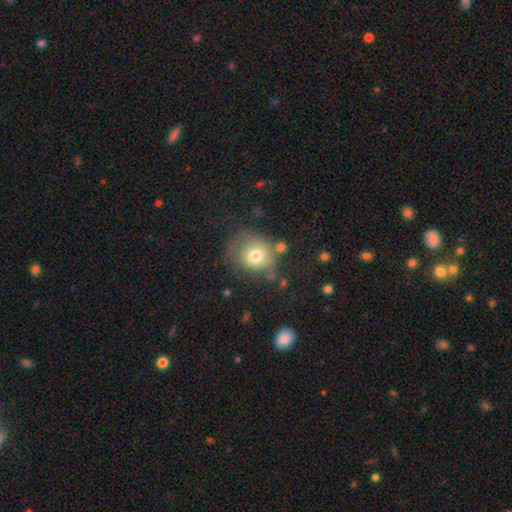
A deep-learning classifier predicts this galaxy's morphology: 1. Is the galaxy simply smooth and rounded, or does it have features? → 73% smooth, 17% featured or disk, 11% star or artifact.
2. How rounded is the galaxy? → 67% round, 32% in between, 1% cigar-shaped.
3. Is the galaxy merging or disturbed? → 47% none, 27% minor disturbance, 19% major disturbance, 8% merger.